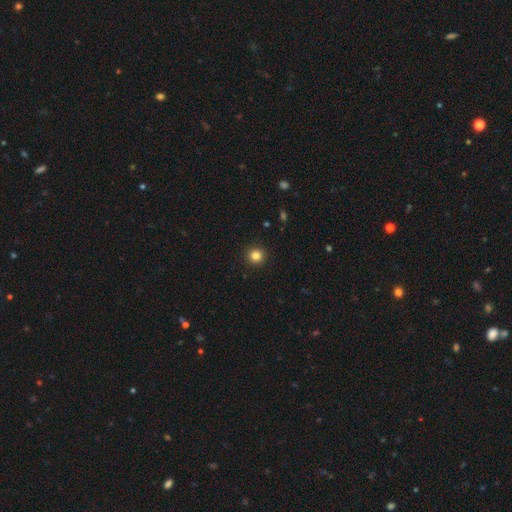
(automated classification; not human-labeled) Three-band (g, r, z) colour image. It shows a smooth galaxy with no disk features (84%) that is round (95%). Merging: none (93%).